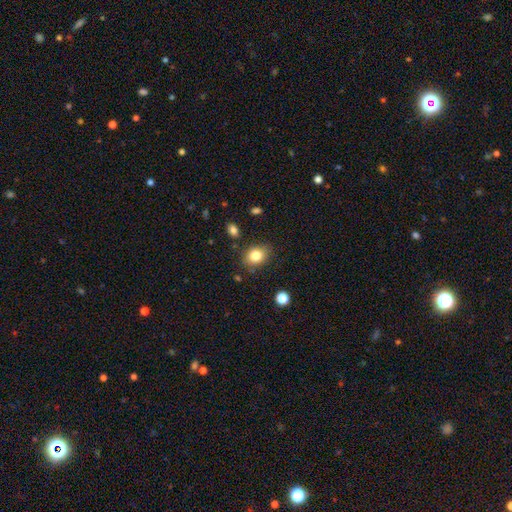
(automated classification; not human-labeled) Smooth or featured: smooth — 82% (star or artifact — 10%)
How rounded: in between — 58% (round — 41%)
Merging: none — 80% (minor disturbance — 13%)